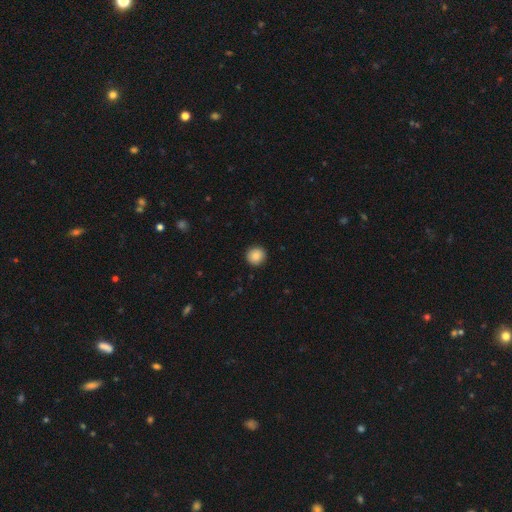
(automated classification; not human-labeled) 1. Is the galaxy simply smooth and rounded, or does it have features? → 88% smooth, 9% star or artifact, 4% featured or disk.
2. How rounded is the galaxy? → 93% round, 6% in between, 1% cigar-shaped.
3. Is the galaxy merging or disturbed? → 92% none, 6% minor disturbance, 2% major disturbance, 1% merger.